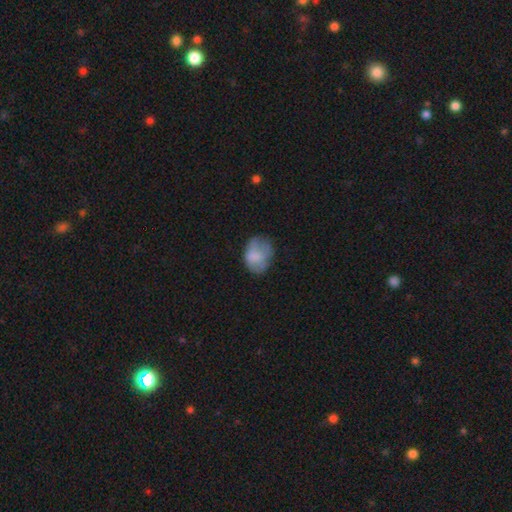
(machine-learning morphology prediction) The model was most divided on "merging": none: 53%, minor disturbance: 30%, major disturbance: 16%, merger: 2%. More confident: smooth or featured — smooth (68%); how rounded — in between (66%).